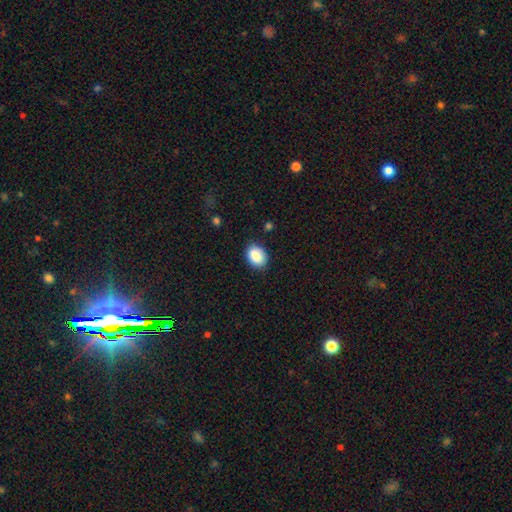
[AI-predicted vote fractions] This is clearly a smooth galaxy (88%). How rounded: likely in between (74%). Merging: clearly none (83%).